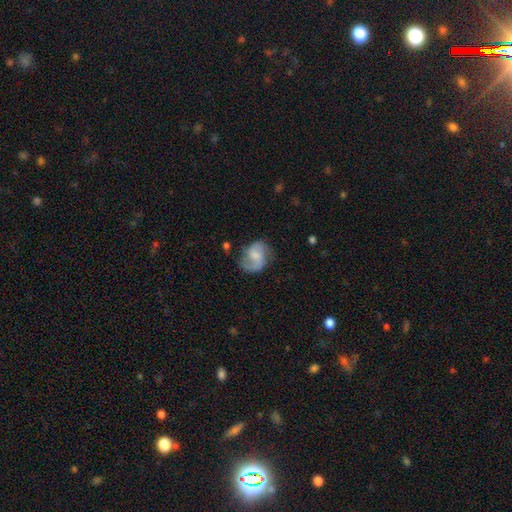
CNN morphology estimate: Smooth or featured?
  - featured or disk: 65% *
  - smooth: 28%
  - star or artifact: 7%
Edge-on disk?
  - no: 98% *
  - yes: 2%
Bar?
  - weak: 46% *
  - no: 44%
  - strong: 10%
Spiral arms?
  - yes: 92% *
  - no: 8%
Spiral winding?
  - medium: 47% *
  - loose: 35%
  - tight: 18%
Spiral arm count?
  - 2: 83% *
  - 1: 8%
  - can't tell: 6%
  - 3: 1%
  - 4: 1%
  - more than 4: 1%
Bulge size?
  - moderate: 37% *
  - small: 34%
  - none: 19%
  - large: 8%
  - dominant: 2%
Merging?
  - none: 65% *
  - minor disturbance: 22%
  - major disturbance: 11%
  - merger: 2%